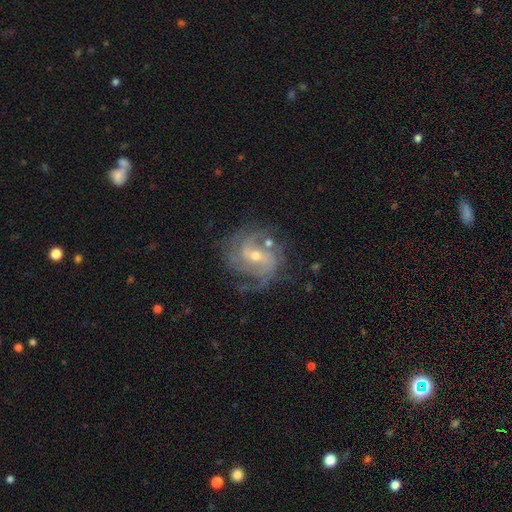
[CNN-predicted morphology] A featured or disk galaxy (87%) with a weak bar (48%), 2 (29%) medium (44%) spiral arms (96%) and a small central bulge (52%).

Vote fractions:
- Smooth or featured? featured or disk: 87% / star or artifact: 8% / smooth: 6%
- Edge-on disk? no: 97% / yes: 3%
- Bar? weak: 48% / no: 33% / strong: 18%
- Spiral arms? yes: 96% / no: 4%
- Spiral winding? medium: 44% / tight: 41% / loose: 16%
- Spiral arm count? 2: 29% / 3: 25% / can't tell: 22% / 4: 12% / more than 4: 6% / 1: 6%
- Bulge size? small: 52% / moderate: 44% / large: 1% / none: 1% / dominant: 1%
- Merging? none: 69% / minor disturbance: 18% / major disturbance: 10% / merger: 3%